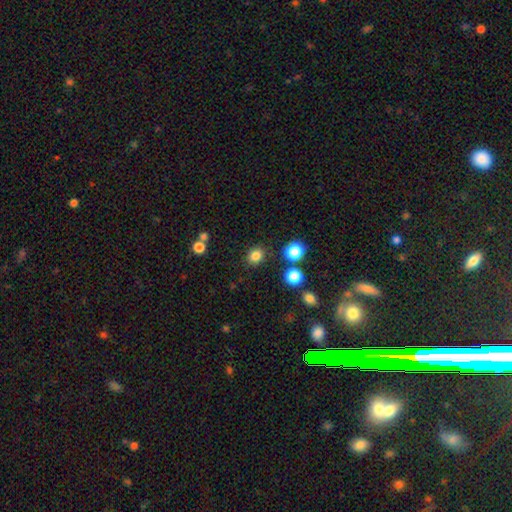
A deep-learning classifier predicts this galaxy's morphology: type=smooth (83%); roundness=round (73%); merging=none (86%).